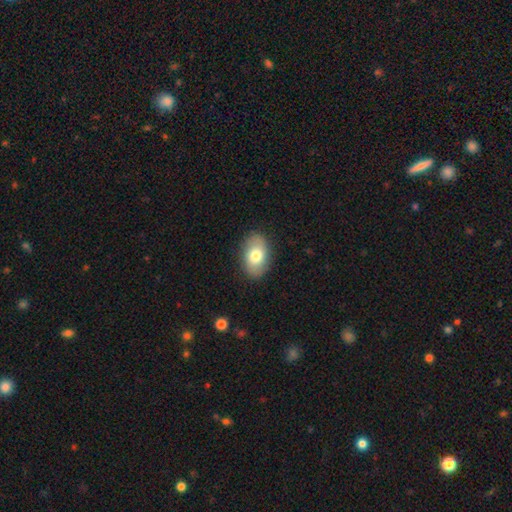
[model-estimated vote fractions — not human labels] Smooth or featured?
  - smooth: 72% *
  - featured or disk: 21%
  - star or artifact: 7%
How rounded?
  - in between: 89% *
  - round: 10%
  - cigar-shaped: 1%
Merging?
  - none: 86% *
  - minor disturbance: 10%
  - major disturbance: 3%
  - merger: 1%